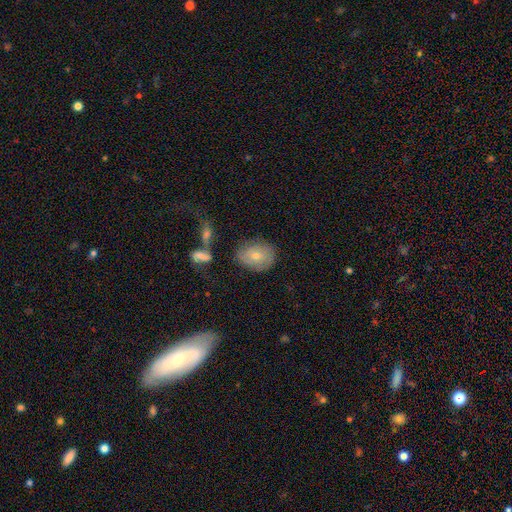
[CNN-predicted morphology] This appears to be a smooth galaxy with no disk features (54%) that is in between round and cigar-shaped (64%). Merging: none (69%).